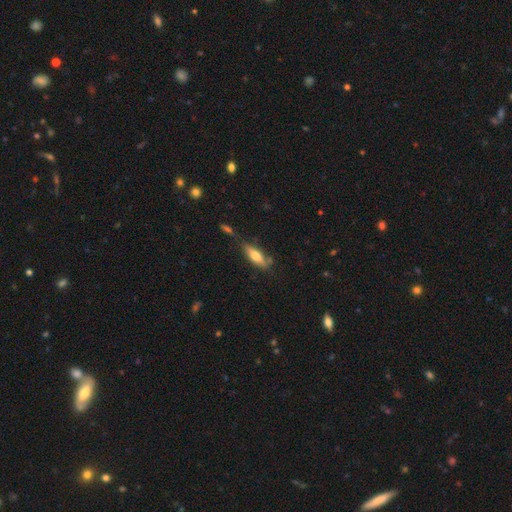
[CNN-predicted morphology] type=smooth (62%); roundness=in between (51%); merging=none (61%).